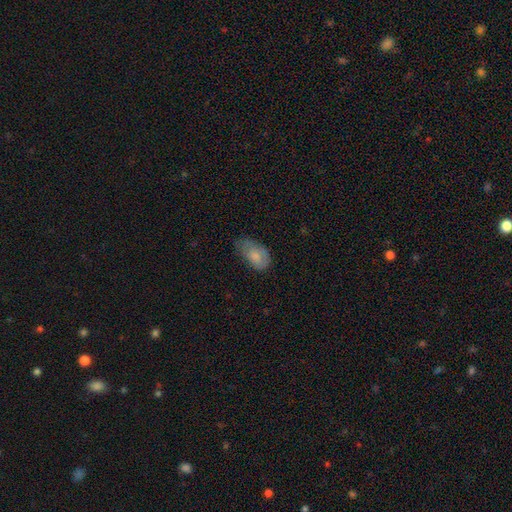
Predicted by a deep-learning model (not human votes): Smooth or featured?
  - smooth: 76% *
  - featured or disk: 17%
  - star or artifact: 7%
How rounded?
  - in between: 92% *
  - round: 6%
  - cigar-shaped: 2%
Merging?
  - minor disturbance: 43% *
  - none: 40%
  - major disturbance: 16%
  - merger: 2%